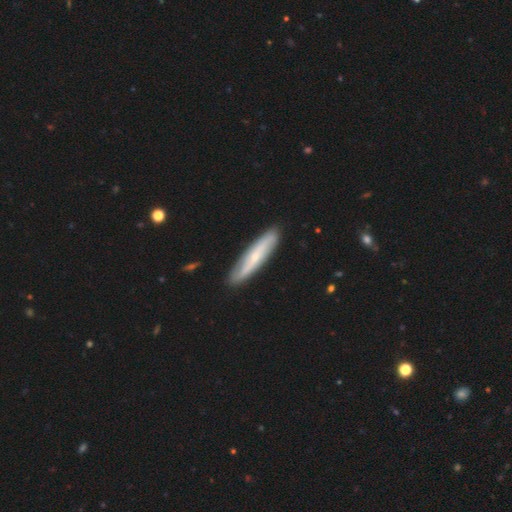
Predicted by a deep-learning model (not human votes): Smooth or featured? Predicted: featured or disk (p=0.59). Edge-on disk? Predicted: yes (p=0.54). Merging? Predicted: none (p=0.88).